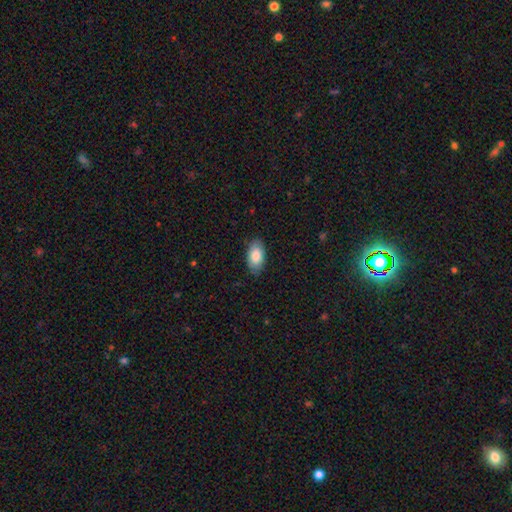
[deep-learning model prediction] smooth-or-featured: smooth: 83% | featured or disk: 10% | star or artifact: 6%
  how-rounded: in between: 94% | round: 3% | cigar-shaped: 2%
  merging: none: 85% | minor disturbance: 12% | major disturbance: 2% | merger: 1%